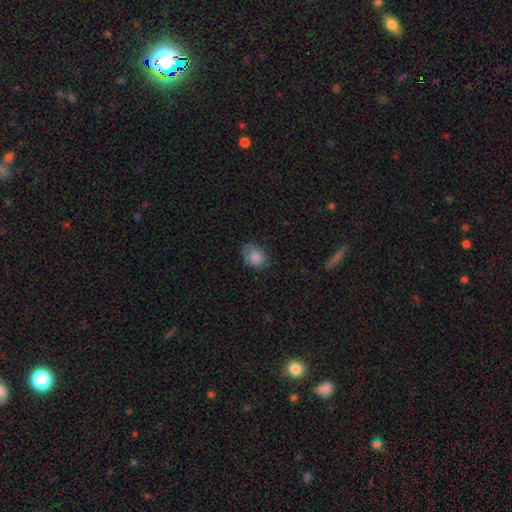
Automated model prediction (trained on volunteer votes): Smooth or featured?
  - smooth: 81% *
  - featured or disk: 10%
  - star or artifact: 9%
How rounded?
  - in between: 60% *
  - round: 39%
  - cigar-shaped: 1%
Merging?
  - none: 59% *
  - minor disturbance: 30%
  - major disturbance: 9%
  - merger: 2%